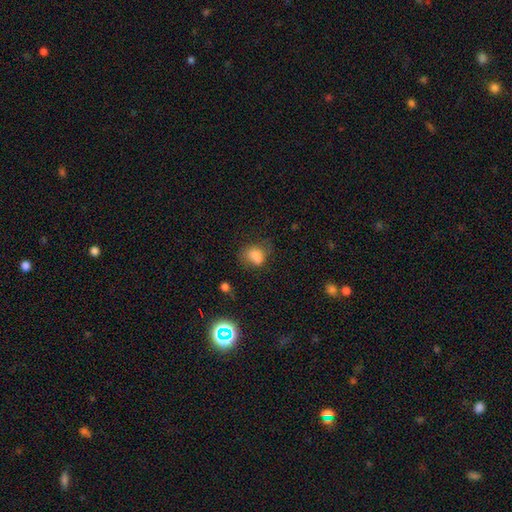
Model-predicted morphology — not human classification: smooth-or-featured: smooth: 78% | star or artifact: 13% | featured or disk: 9%
  how-rounded: in between: 60% | round: 38% | cigar-shaped: 1%
  merging: none: 48% | minor disturbance: 30% | major disturbance: 18% | merger: 4%